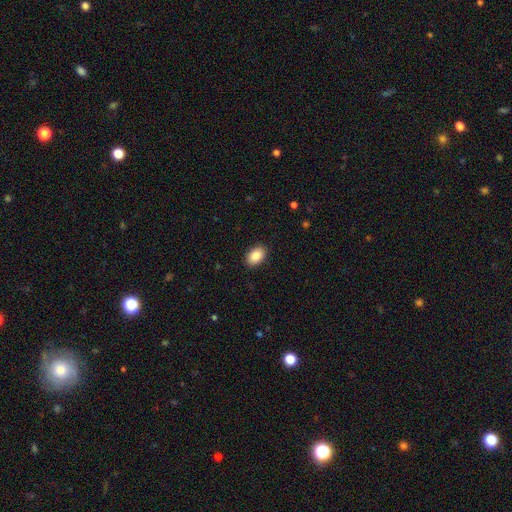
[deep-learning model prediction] A smooth galaxy with no disk features (88%) that is in between round and cigar-shaped (89%).

Vote fractions:
- Smooth or featured? smooth: 88% / star or artifact: 7% / featured or disk: 5%
- How rounded? in between: 89% / round: 10% / cigar-shaped: 1%
- Merging? none: 90% / minor disturbance: 7% / major disturbance: 2% / merger: 1%